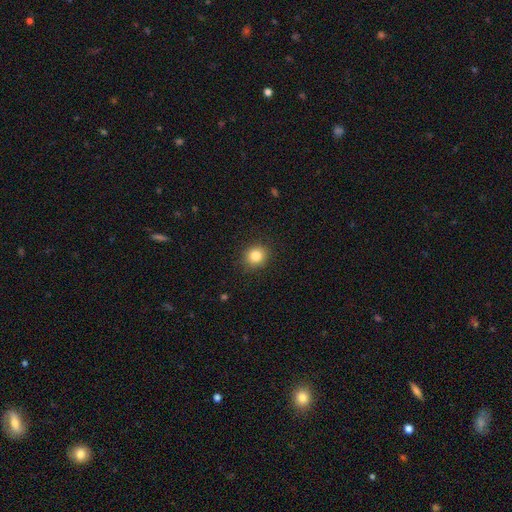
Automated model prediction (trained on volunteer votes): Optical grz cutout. It shows a smooth galaxy with no disk features (84%) that is round (84%). Merging: none (90%).